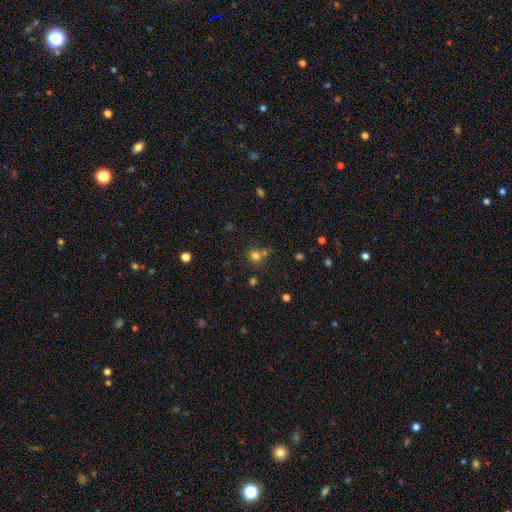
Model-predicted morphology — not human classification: Q: Smooth or featured?
A: smooth (72%); runner-up: star or artifact (20%)
Q: How rounded?
A: round (88%); runner-up: in between (11%)
Q: Merging?
A: none (60%); runner-up: merger (29%)